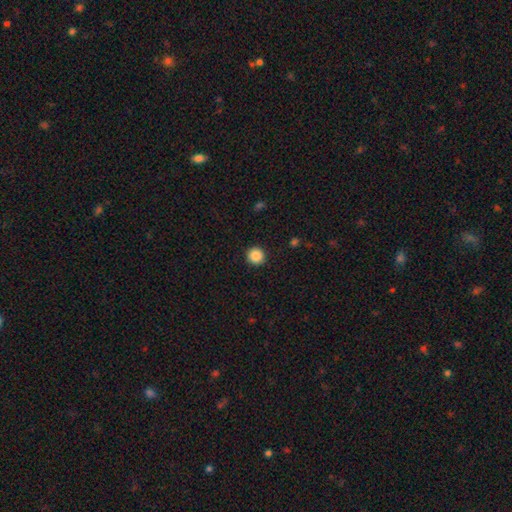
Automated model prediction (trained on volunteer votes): smooth 88%, star or artifact 9%, featured or disk 3%. Down the decision tree: how rounded — round (95%); merging — none (93%).